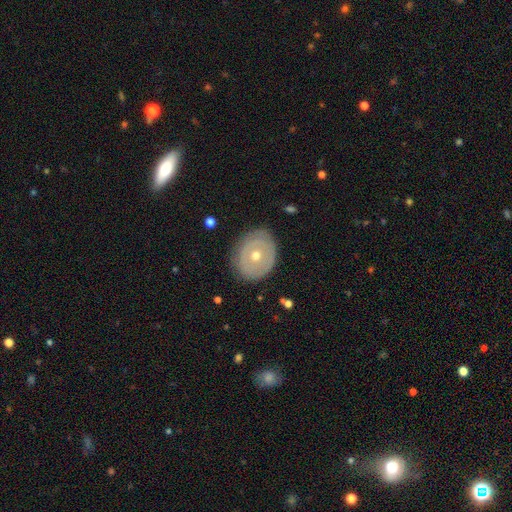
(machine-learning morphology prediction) smooth_or_featured: featured or disk (p=0.55) [alt: smooth p=0.38]
disk_edge_on: no (p=0.94) [alt: yes p=0.06]
bar: no (p=0.90) [alt: weak p=0.07]
has_spiral_arms: no (p=0.74) [alt: yes p=0.26]
bulge_size: moderate (p=0.55) [alt: small p=0.42]
merging: none (p=0.83) [alt: minor disturbance p=0.13]